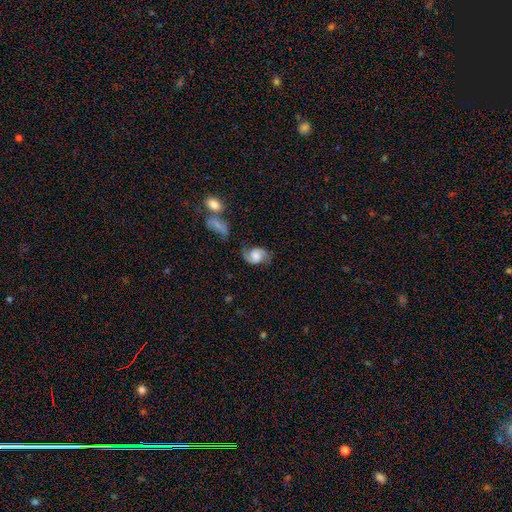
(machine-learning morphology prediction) Smooth or featured? Predicted: featured or disk (p=0.73). Edge-on disk? Predicted: no (p=0.97). Bar? Predicted: no (p=0.57). Spiral arms? Predicted: yes (p=0.94). Spiral winding? Predicted: medium (p=0.46). Spiral arm count? Predicted: 2 (p=0.91). Bulge size? Predicted: moderate (p=0.31). Merging? Predicted: none (p=0.68).